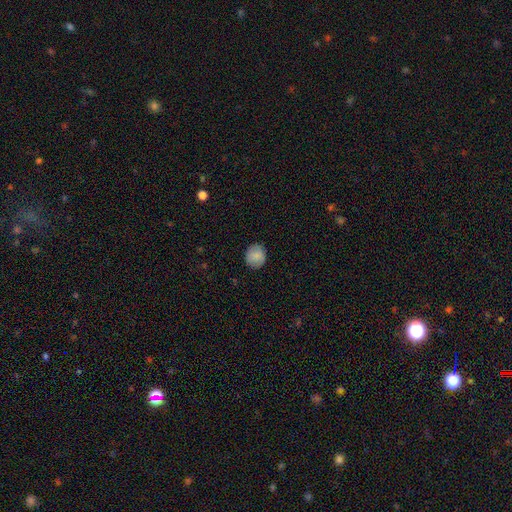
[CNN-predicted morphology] smooth_or_featured: smooth (p=0.86) [alt: star or artifact p=0.08]
how_rounded: round (p=0.86) [alt: in between p=0.13]
merging: none (p=0.88) [alt: minor disturbance p=0.08]